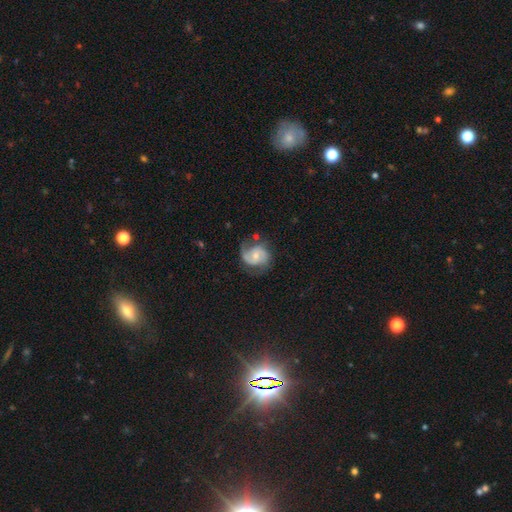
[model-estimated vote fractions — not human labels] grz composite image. It shows a featured or disk galaxy (74%) with no bar (62%), 2 (71%) medium (47%) spiral arms (93%) and a small central bulge (50%). Merging: none (58%).